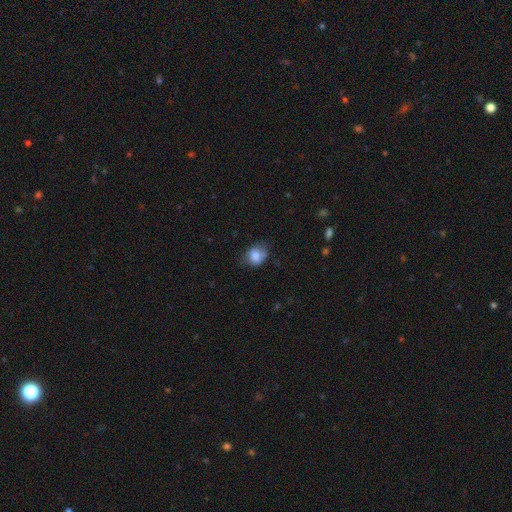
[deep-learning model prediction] smooth-or-featured: smooth: 79% | featured or disk: 12% | star or artifact: 9%
  how-rounded: in between: 51% | round: 48% | cigar-shaped: 1%
  merging: none: 52% | minor disturbance: 33% | major disturbance: 13% | merger: 2%